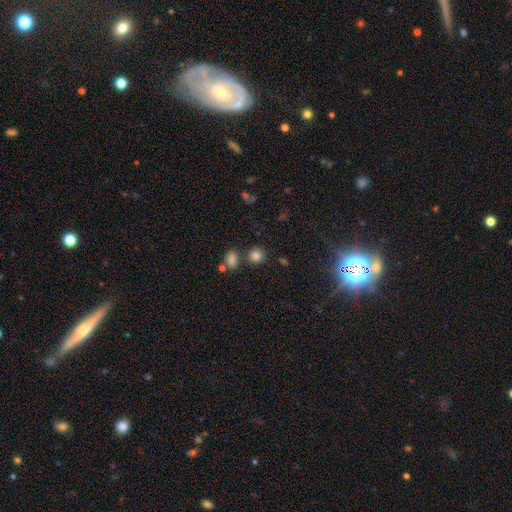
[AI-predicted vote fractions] A smooth galaxy with no disk features (81%) that is round (83%).

Vote fractions:
- Smooth or featured? smooth: 81% / star or artifact: 14% / featured or disk: 5%
- How rounded? round: 83% / in between: 16% / cigar-shaped: 1%
- Merging? none: 74% / merger: 14% / minor disturbance: 9% / major disturbance: 3%